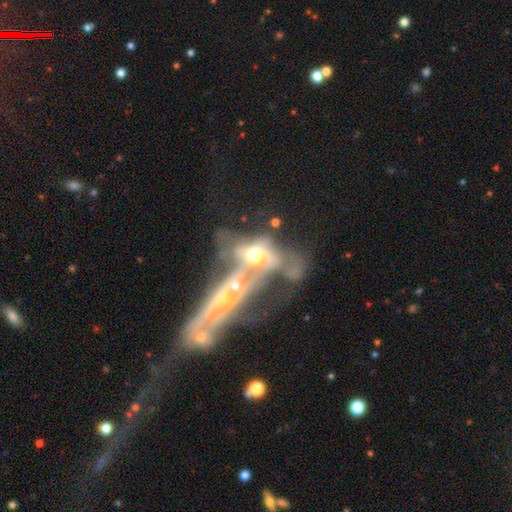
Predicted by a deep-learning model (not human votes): A featured or disk galaxy (64%) with no bar (77%), no spiral arms (60%) and a moderate central bulge (58%).

Vote fractions:
- Smooth or featured? featured or disk: 64% / smooth: 22% / star or artifact: 14%
- Edge-on disk? no: 86% / yes: 14%
- Bar? no: 77% / weak: 16% / strong: 8%
- Spiral arms? no: 60% / yes: 40%
- Bulge size? moderate: 58% / small: 17% / large: 14% / none: 7% / dominant: 3%
- Merging? merger: 74% / major disturbance: 15% / none: 7% / minor disturbance: 4%